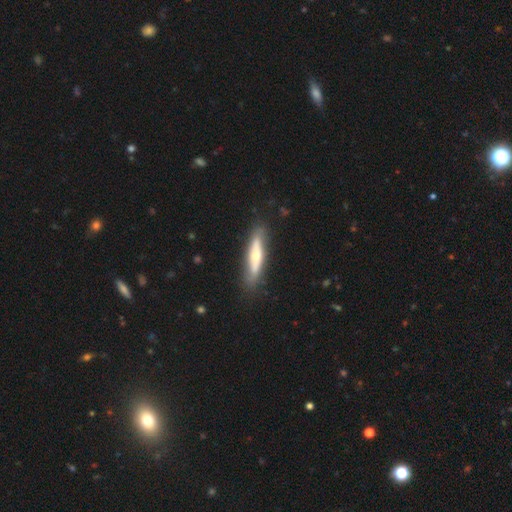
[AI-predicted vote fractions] A featured or disk galaxy (53%) viewed edge-on (72%).

Vote fractions:
- Smooth or featured? featured or disk: 53% / smooth: 41% / star or artifact: 6%
- Edge-on disk? yes: 72% / no: 28%
- Merging? none: 83% / minor disturbance: 12% / major disturbance: 3% / merger: 2%